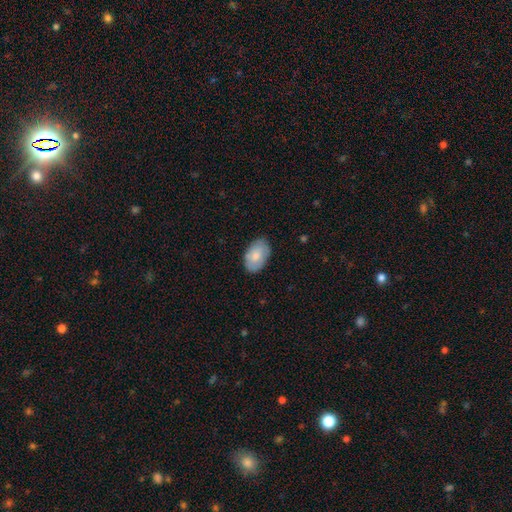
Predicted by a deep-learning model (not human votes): smooth_or_featured: smooth (p=0.78) [alt: featured or disk p=0.16]
how_rounded: in between (p=0.92) [alt: round p=0.07]
merging: none (p=0.82) [alt: minor disturbance p=0.15]